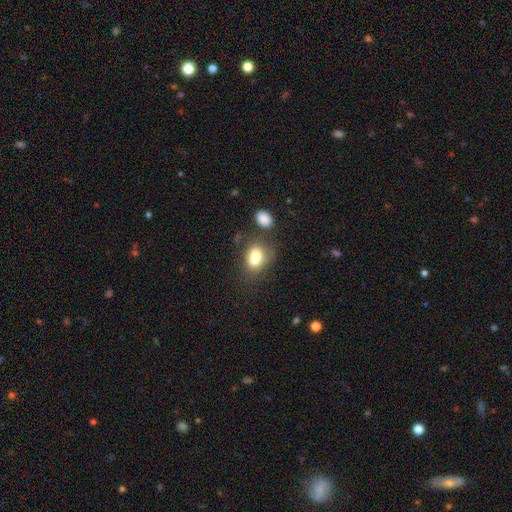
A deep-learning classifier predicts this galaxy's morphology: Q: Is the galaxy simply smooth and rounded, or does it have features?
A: smooth — 75%.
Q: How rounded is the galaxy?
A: in between — 71%.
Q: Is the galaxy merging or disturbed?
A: none — 38%.